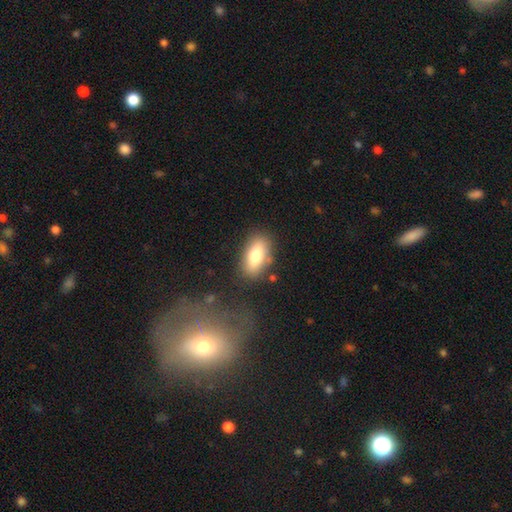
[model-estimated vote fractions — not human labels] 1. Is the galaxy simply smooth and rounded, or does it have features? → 76% smooth, 17% featured or disk, 8% star or artifact.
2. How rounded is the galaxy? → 88% in between, 6% cigar-shaped, 6% round.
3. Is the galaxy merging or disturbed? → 80% none, 12% minor disturbance, 4% major disturbance, 4% merger.